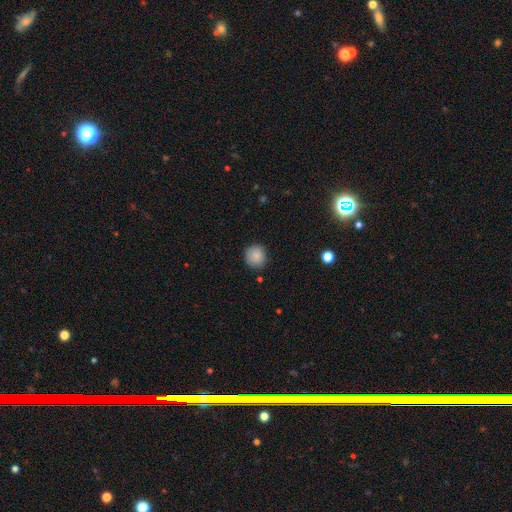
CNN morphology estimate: smooth_or_featured: smooth (p=0.87) [alt: star or artifact p=0.08]
how_rounded: round (p=0.92) [alt: in between p=0.07]
merging: none (p=0.86) [alt: minor disturbance p=0.11]